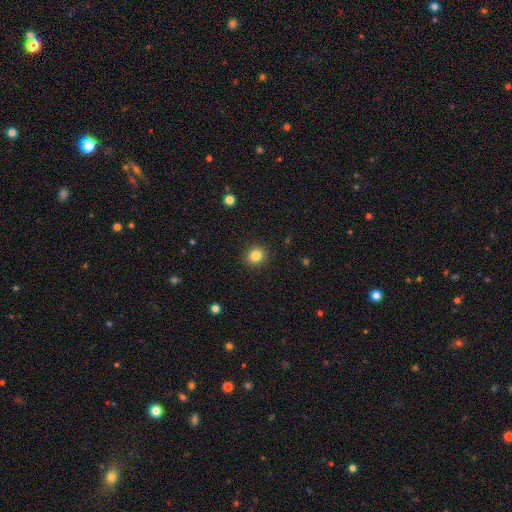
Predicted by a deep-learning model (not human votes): Smooth or featured?
  - smooth: 84% *
  - star or artifact: 11%
  - featured or disk: 6%
How rounded?
  - round: 84% *
  - in between: 15%
  - cigar-shaped: 1%
Merging?
  - none: 91% *
  - minor disturbance: 6%
  - major disturbance: 2%
  - merger: 1%